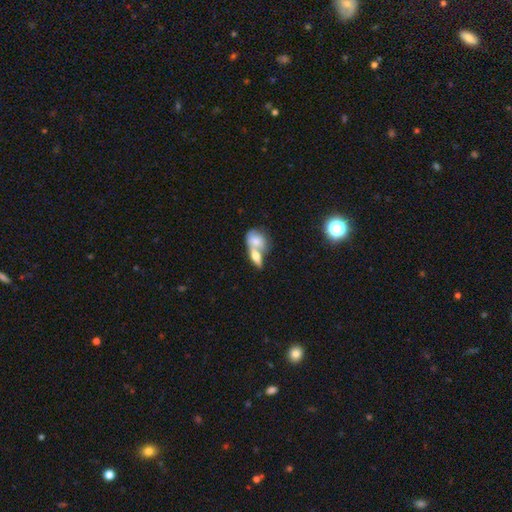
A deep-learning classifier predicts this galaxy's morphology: smooth_or_featured: smooth (p=0.65) [alt: featured or disk p=0.28]
how_rounded: in between (p=0.71) [alt: round p=0.16]
merging: merger (p=0.66) [alt: none p=0.23]